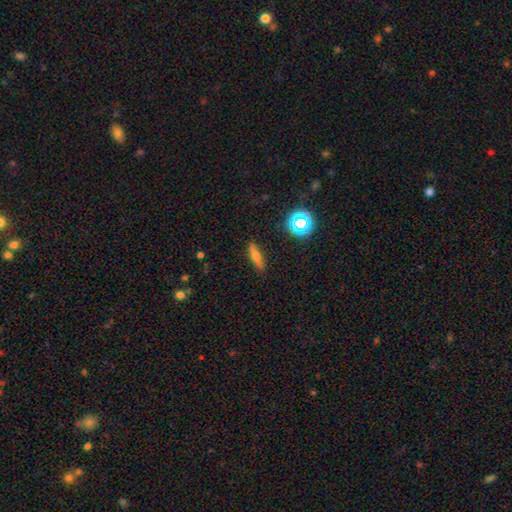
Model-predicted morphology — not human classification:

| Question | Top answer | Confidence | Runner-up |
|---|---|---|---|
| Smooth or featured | smooth | 62% | featured or disk (24%) |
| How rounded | cigar-shaped | 64% | in between (30%) |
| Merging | none | 88% | minor disturbance (8%) |